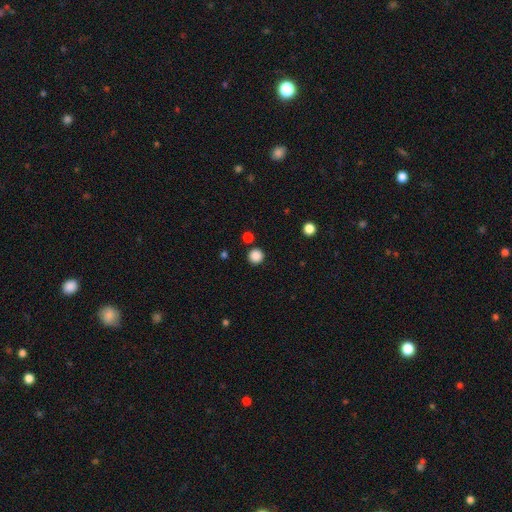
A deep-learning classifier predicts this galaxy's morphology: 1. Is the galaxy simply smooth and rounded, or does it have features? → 86% smooth, 11% star or artifact, 3% featured or disk.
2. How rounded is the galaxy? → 95% round, 4% in between, 1% cigar-shaped.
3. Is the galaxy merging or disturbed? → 89% none, 5% minor disturbance, 4% merger, 2% major disturbance.